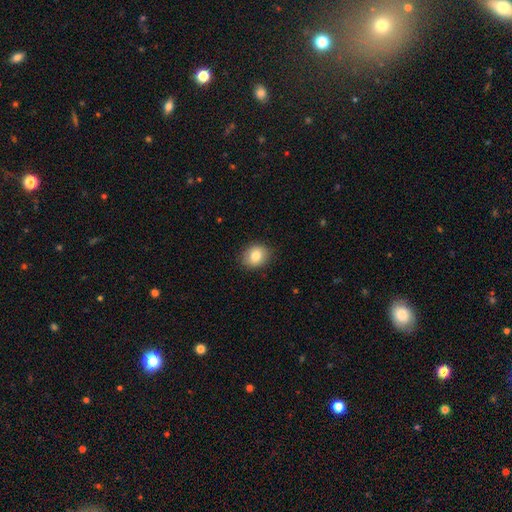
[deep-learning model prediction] smooth_or_featured: smooth (p=0.82) [alt: featured or disk p=0.09]
how_rounded: round (p=0.59) [alt: in between p=0.40]
merging: none (p=0.88) [alt: minor disturbance p=0.09]